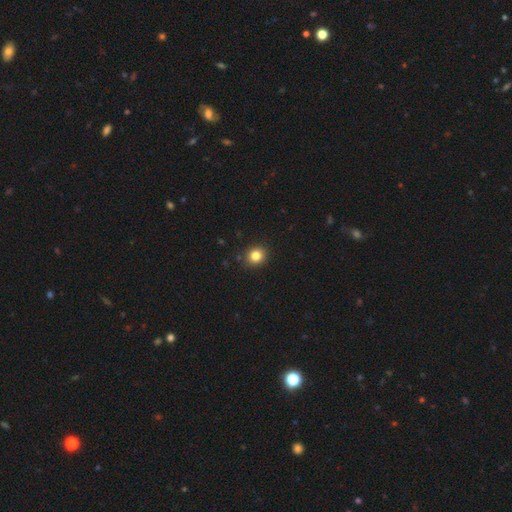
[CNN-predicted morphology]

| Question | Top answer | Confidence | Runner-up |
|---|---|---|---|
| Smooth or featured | smooth | 83% | star or artifact (12%) |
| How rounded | round | 81% | in between (18%) |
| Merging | none | 91% | minor disturbance (7%) |